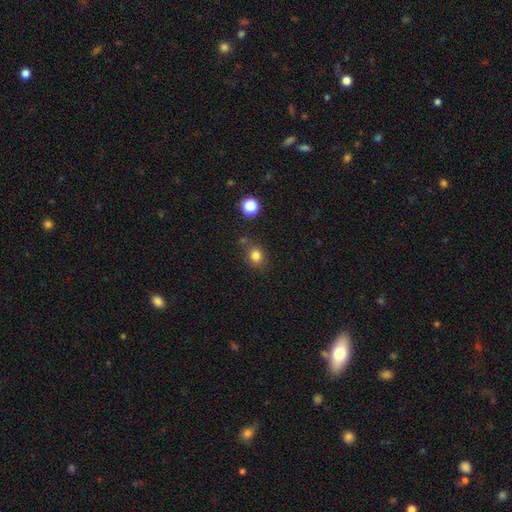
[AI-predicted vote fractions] Smooth or featured: smooth — 81% (star or artifact — 13%)
How rounded: round — 72% (in between — 27%)
Merging: none — 74% (minor disturbance — 14%)